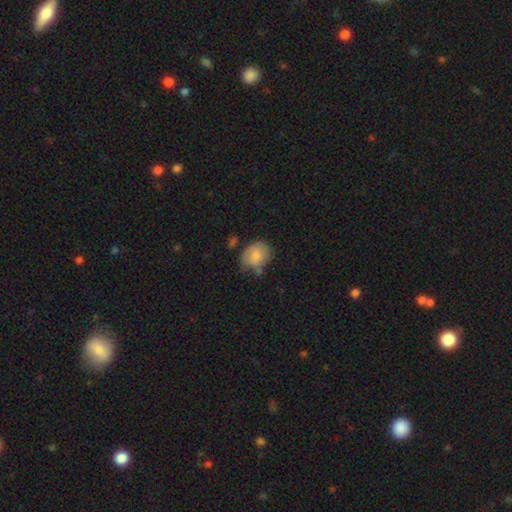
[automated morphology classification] Q: Smooth or featured?
A: smooth (76%); runner-up: featured or disk (16%)
Q: How rounded?
A: in between (51%); runner-up: round (48%)
Q: Merging?
A: none (46%); runner-up: minor disturbance (33%)